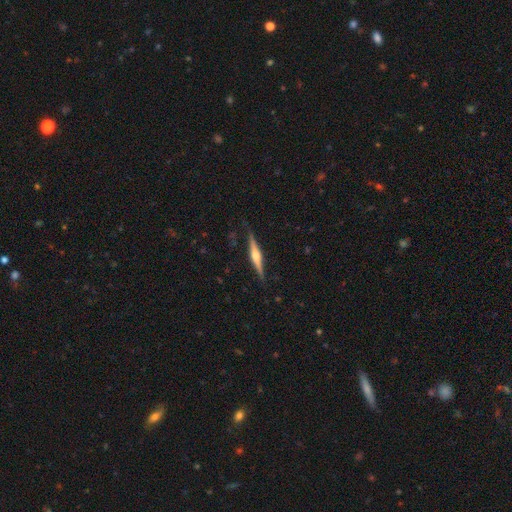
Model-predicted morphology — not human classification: This appears to be a featured or disk galaxy (73%) viewed edge-on (98%) with a rounded central bulge (86%). Merging: none (83%).